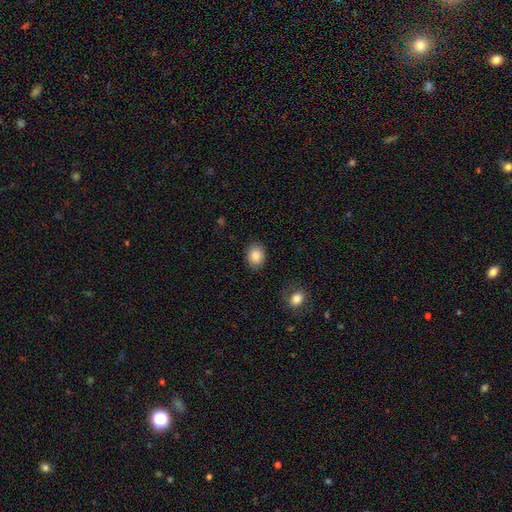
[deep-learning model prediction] Smooth or featured?
  - smooth: 86% *
  - star or artifact: 8%
  - featured or disk: 6%
How rounded?
  - in between: 54% *
  - round: 45%
  - cigar-shaped: 1%
Merging?
  - none: 86% *
  - minor disturbance: 9%
  - major disturbance: 3%
  - merger: 2%